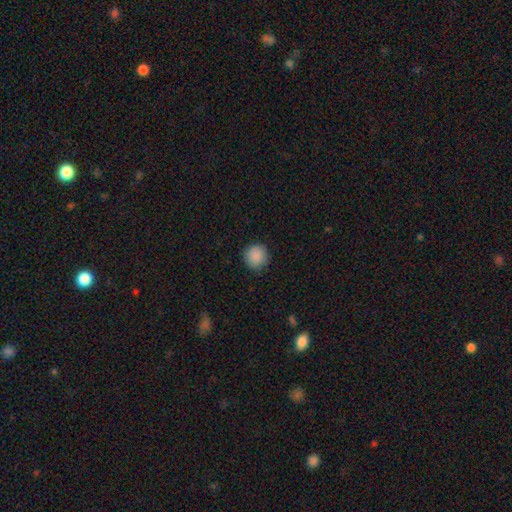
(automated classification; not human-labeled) Smooth or featured: smooth — 89% (star or artifact — 8%)
How rounded: round — 95% (in between — 4%)
Merging: none — 90% (minor disturbance — 7%)